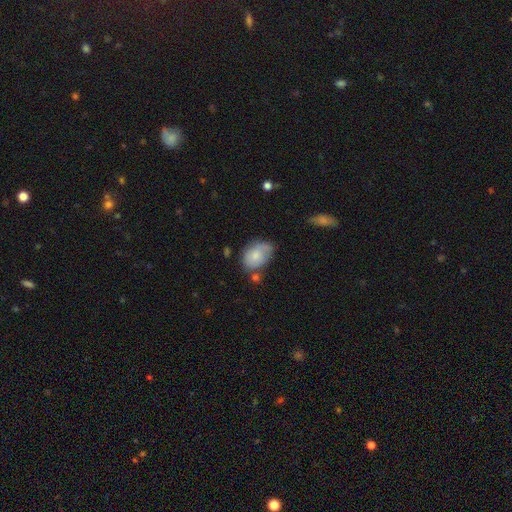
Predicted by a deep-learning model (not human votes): Morphology: type=smooth (72%); roundness=in between (81%); merging=none (53%).